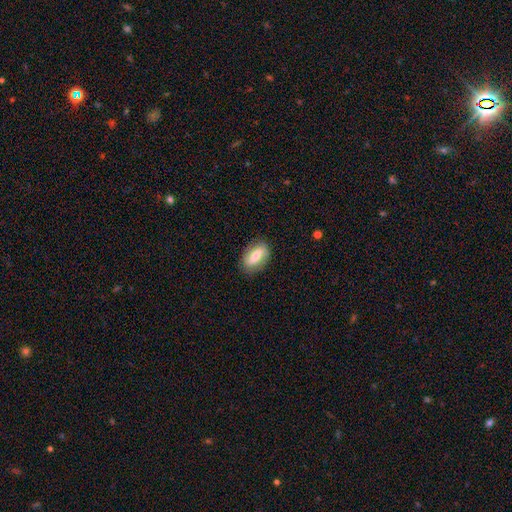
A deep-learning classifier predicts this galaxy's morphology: Smooth or featured: smooth — 51% (featured or disk — 42%)
How rounded: in between — 82% (cigar-shaped — 11%)
Merging: none — 84% (minor disturbance — 12%)